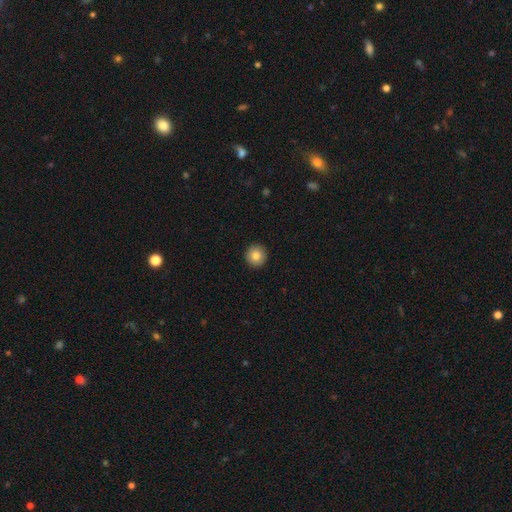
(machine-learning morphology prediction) A smooth galaxy with no disk features (84%) that is round (95%). Merging: none (93%).